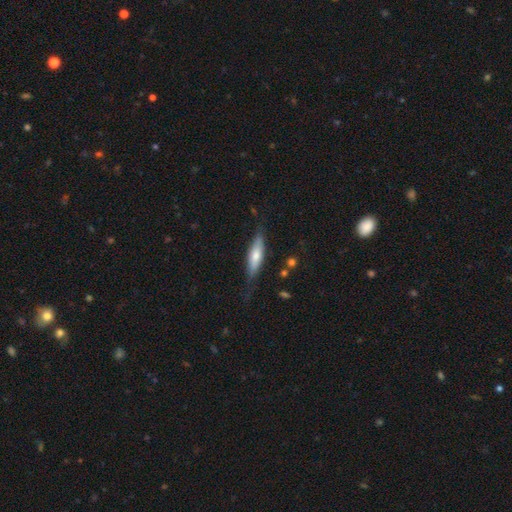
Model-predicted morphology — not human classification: Smooth or featured?
  - smooth: 56% *
  - featured or disk: 38%
  - star or artifact: 6%
How rounded?
  - cigar-shaped: 59% *
  - in between: 39%
  - round: 2%
Merging?
  - none: 71% *
  - minor disturbance: 21%
  - major disturbance: 6%
  - merger: 2%